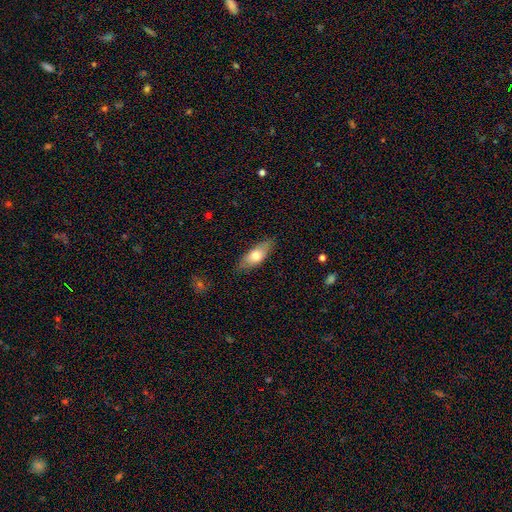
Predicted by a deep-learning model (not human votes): Overall: smooth (67%). How rounded: in between (73%). Merging: none (82%).